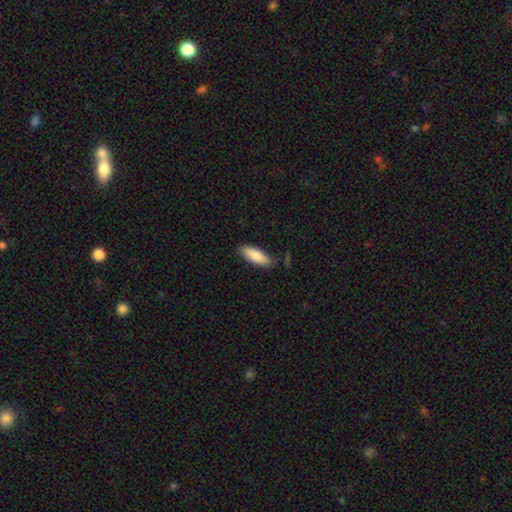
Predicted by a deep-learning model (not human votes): Q: Smooth or featured?
A: smooth (82%); runner-up: featured or disk (12%)
Q: How rounded?
A: in between (68%); runner-up: cigar-shaped (30%)
Q: Merging?
A: none (77%); runner-up: minor disturbance (17%)